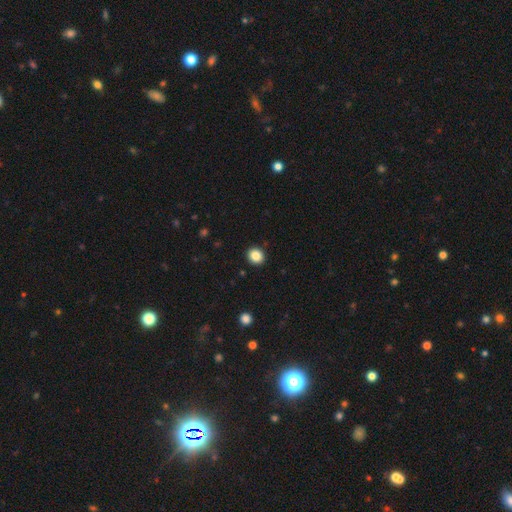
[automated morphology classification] Overall: smooth (86%). How rounded: round (77%). Merging: none (92%).